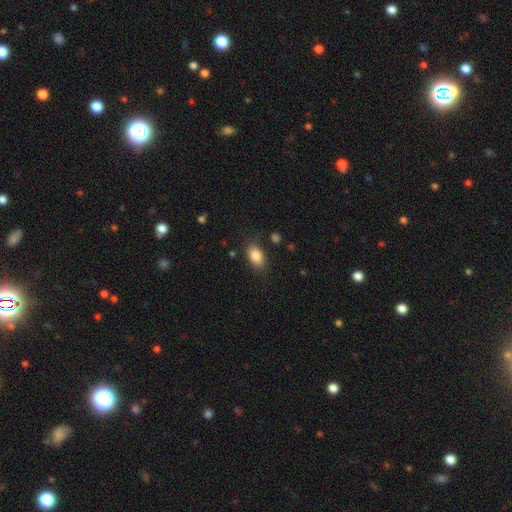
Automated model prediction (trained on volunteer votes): Smooth or featured? smooth (85%)
How rounded? in between (89%)
Merging? none (80%)